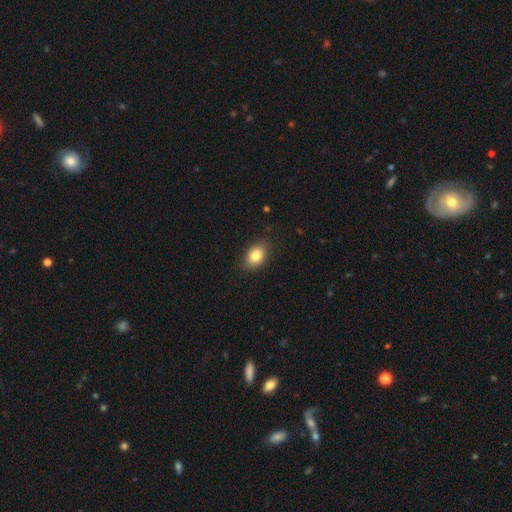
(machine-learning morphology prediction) Smooth or featured?
  - smooth: 82% *
  - featured or disk: 9%
  - star or artifact: 9%
How rounded?
  - in between: 78% *
  - round: 21%
  - cigar-shaped: 1%
Merging?
  - none: 85% *
  - minor disturbance: 11%
  - major disturbance: 2%
  - merger: 1%